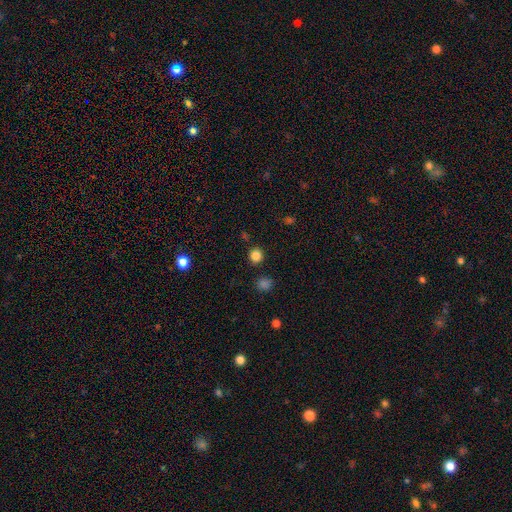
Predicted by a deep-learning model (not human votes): smooth-or-featured: smooth: 83% | star or artifact: 13% | featured or disk: 3%
  how-rounded: round: 87% | in between: 12% | cigar-shaped: 1%
  merging: none: 88% | minor disturbance: 6% | merger: 3% | major disturbance: 2%